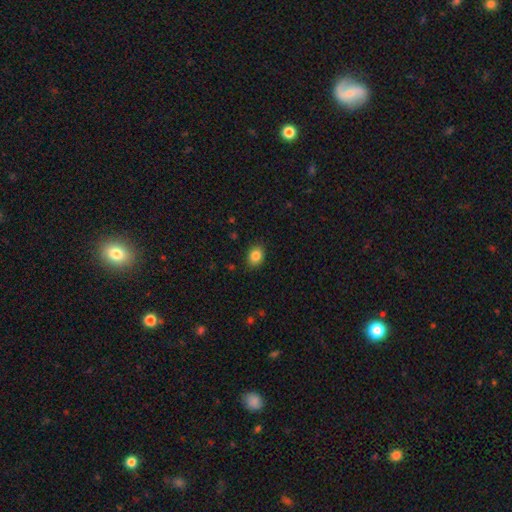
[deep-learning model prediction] A smooth galaxy with no disk features (86%) that is in between round and cigar-shaped (58%). Merging: none (87%).